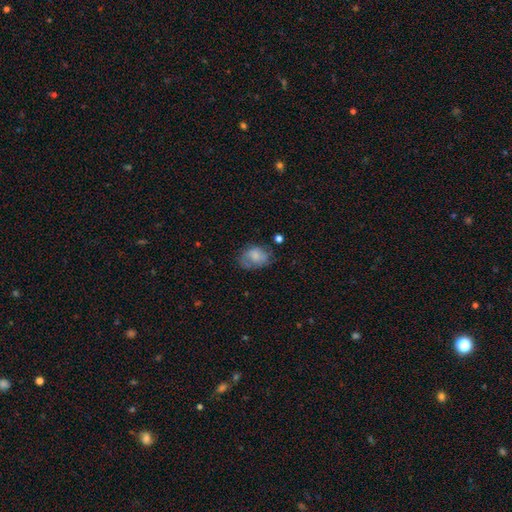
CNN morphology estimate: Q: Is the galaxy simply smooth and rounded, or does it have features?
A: smooth — 72%.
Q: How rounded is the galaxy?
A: in between — 68%.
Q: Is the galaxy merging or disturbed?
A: none — 51%.